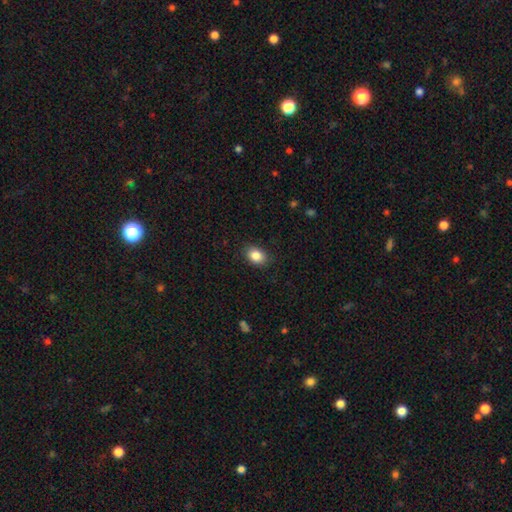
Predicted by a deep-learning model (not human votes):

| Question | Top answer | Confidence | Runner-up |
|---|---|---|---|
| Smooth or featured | smooth | 86% | star or artifact (9%) |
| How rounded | in between | 71% | round (28%) |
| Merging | none | 87% | minor disturbance (10%) |